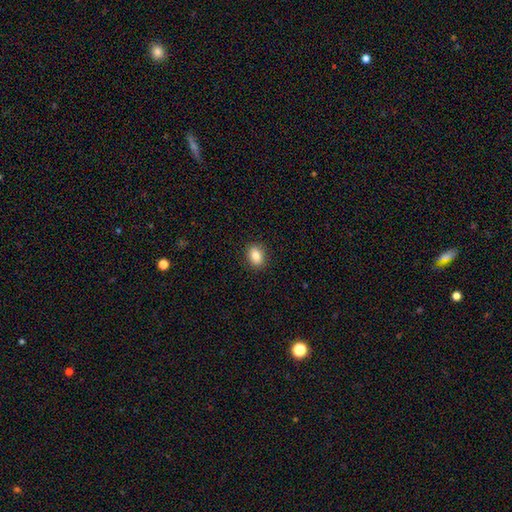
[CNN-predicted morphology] Smooth or featured?
  - smooth: 84% *
  - star or artifact: 9%
  - featured or disk: 7%
How rounded?
  - in between: 68% *
  - round: 31%
  - cigar-shaped: 1%
Merging?
  - none: 90% *
  - minor disturbance: 7%
  - major disturbance: 2%
  - merger: 1%